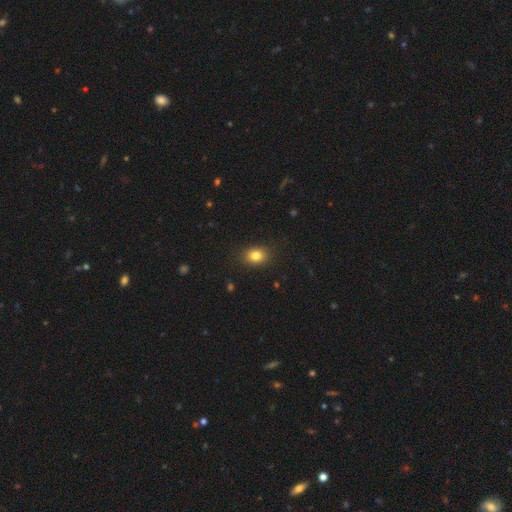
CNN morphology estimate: A smooth galaxy with no disk features (82%) that is in between round and cigar-shaped (57%). Merging: none (87%).